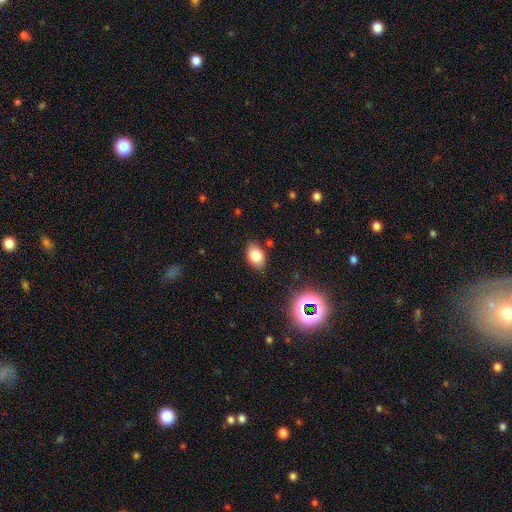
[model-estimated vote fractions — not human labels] Q: Smooth or featured?
A: smooth (81%); runner-up: star or artifact (11%)
Q: How rounded?
A: in between (81%); runner-up: round (17%)
Q: Merging?
A: none (82%); runner-up: minor disturbance (13%)